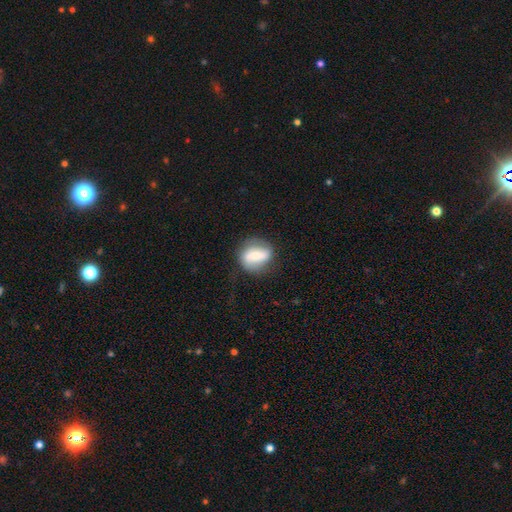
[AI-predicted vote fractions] Smooth or featured: smooth — 47% (featured or disk — 46%)
Merging: none — 72% (minor disturbance — 18%)